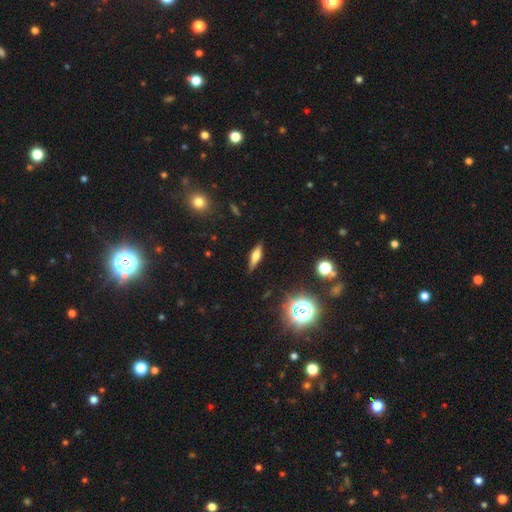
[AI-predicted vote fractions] Smooth or featured: smooth — 48% (featured or disk — 39%)
Merging: none — 83% (minor disturbance — 13%)